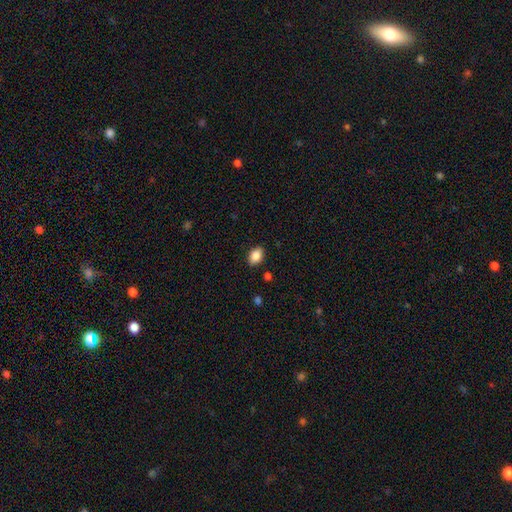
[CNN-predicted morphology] This is clearly a smooth galaxy (87%). How rounded: clearly in between (83%). Merging: clearly none (88%).